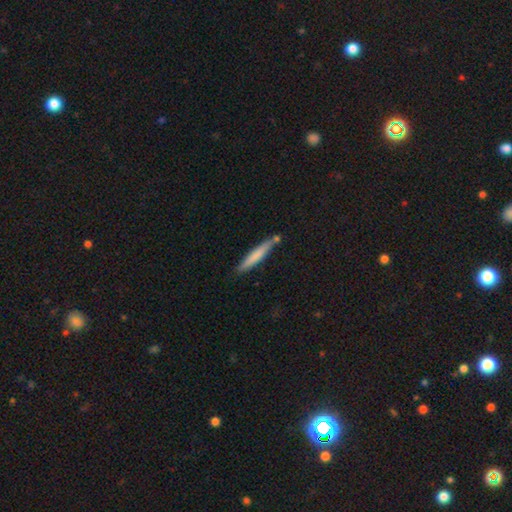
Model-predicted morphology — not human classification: smooth-or-featured: smooth: 70% | featured or disk: 25% | star or artifact: 5%
  how-rounded: cigar-shaped: 94% | in between: 5% | round: 1%
  merging: none: 75% | minor disturbance: 14% | merger: 8% | major disturbance: 3%